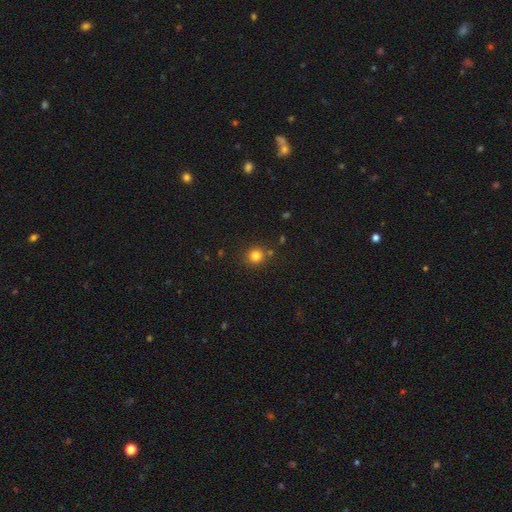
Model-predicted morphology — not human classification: smooth 82%, star or artifact 13%, featured or disk 5%. Down the decision tree: how rounded — round (89%); merging — none (82%).